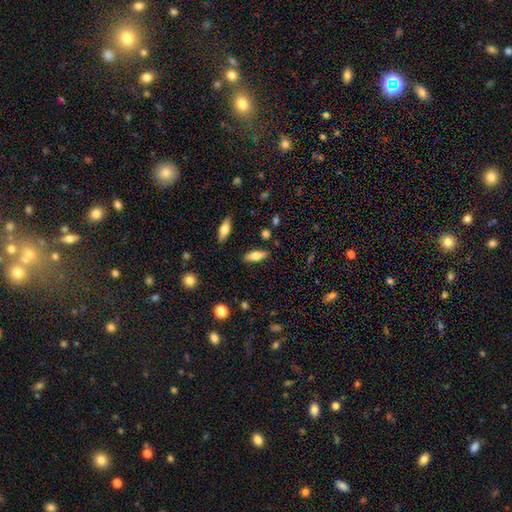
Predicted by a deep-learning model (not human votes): smooth-or-featured: smooth: 66% | featured or disk: 27% | star or artifact: 7%
  how-rounded: in between: 65% | cigar-shaped: 33% | round: 3%
  merging: none: 84% | minor disturbance: 11% | major disturbance: 3% | merger: 2%